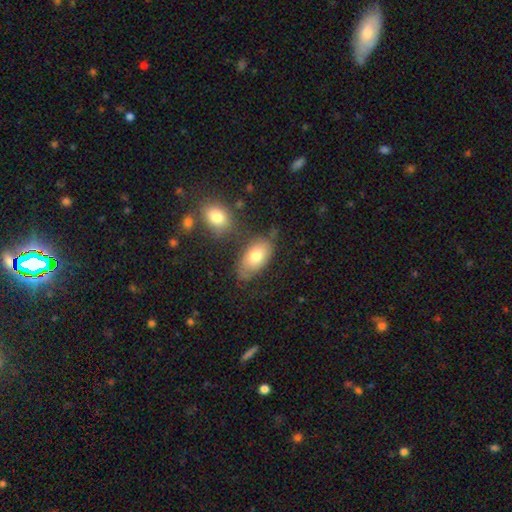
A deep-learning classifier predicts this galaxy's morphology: Q: Smooth or featured?
A: smooth (73%); runner-up: featured or disk (19%)
Q: How rounded?
A: in between (92%); runner-up: round (6%)
Q: Merging?
A: none (58%); runner-up: minor disturbance (22%)